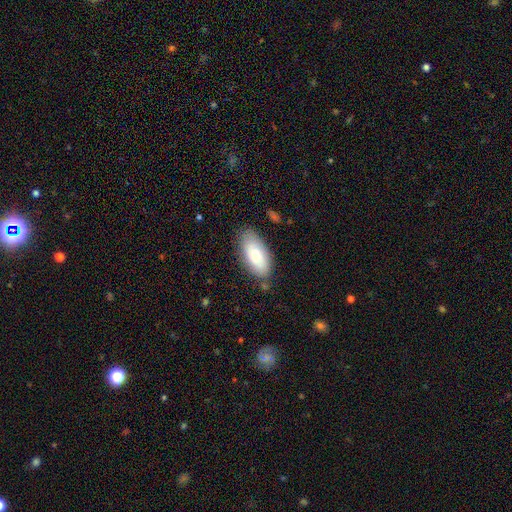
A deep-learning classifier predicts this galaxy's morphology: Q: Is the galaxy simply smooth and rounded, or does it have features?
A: smooth — 75%.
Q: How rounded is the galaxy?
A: in between — 91%.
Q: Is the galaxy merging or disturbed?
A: none — 78%.